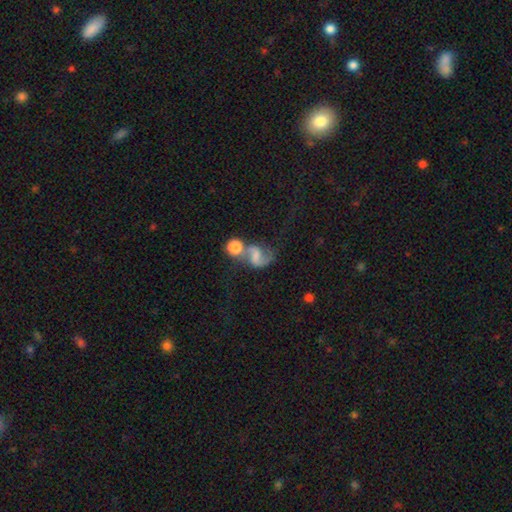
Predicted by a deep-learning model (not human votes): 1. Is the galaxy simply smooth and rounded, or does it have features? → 66% featured or disk, 24% smooth, 10% star or artifact.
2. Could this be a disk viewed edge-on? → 97% no, 3% yes.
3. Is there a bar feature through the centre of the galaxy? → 43% weak, 31% no, 27% strong.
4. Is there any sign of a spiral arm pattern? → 89% yes, 11% no.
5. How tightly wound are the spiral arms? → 65% loose, 29% medium, 6% tight.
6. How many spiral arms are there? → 85% 2, 8% 1, 4% can't tell, 1% 3, 1% 4, 1% more than 4.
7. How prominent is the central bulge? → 37% none, 28% small, 23% moderate, 9% large, 3% dominant.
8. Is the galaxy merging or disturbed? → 39% merger, 34% none, 14% major disturbance, 13% minor disturbance.